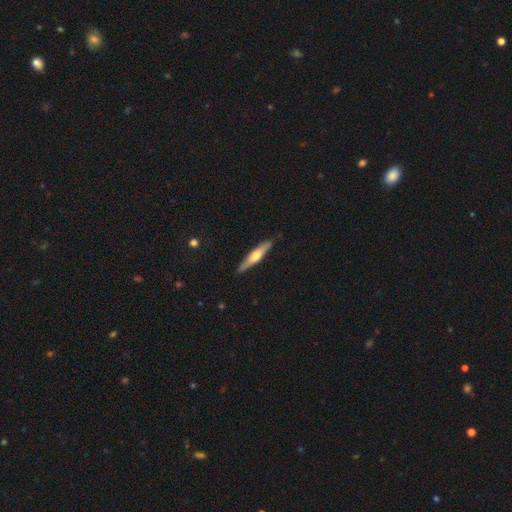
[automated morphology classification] Smooth or featured? featured or disk (55%)
Edge-on disk? yes (95%)
Edge-on bulge? rounded (90%)
Merging? none (89%)